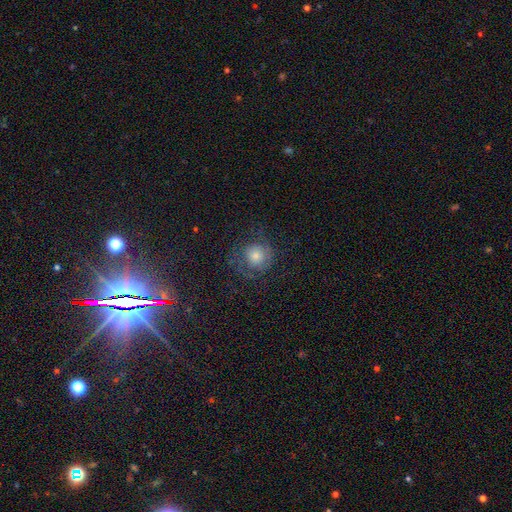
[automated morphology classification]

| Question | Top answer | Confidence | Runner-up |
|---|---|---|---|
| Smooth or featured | smooth | 50% | featured or disk (31%) |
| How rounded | round | 91% | in between (8%) |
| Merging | none | 70% | minor disturbance (15%) |